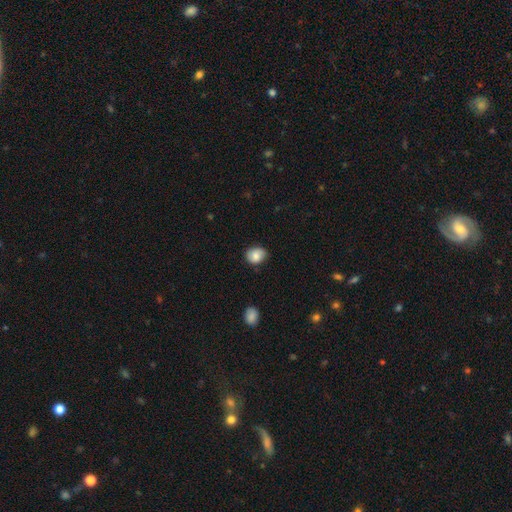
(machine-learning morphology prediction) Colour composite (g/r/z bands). It shows a smooth galaxy with no disk features (77%) that is round (53%). Merging: none (70%).